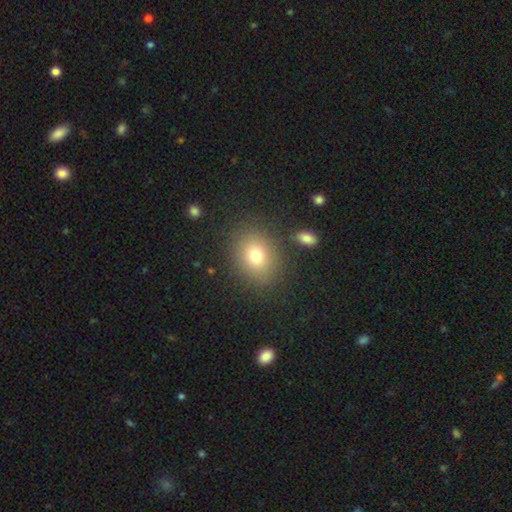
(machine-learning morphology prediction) A smooth galaxy with no disk features (77%) that is in between round and cigar-shaped (55%).

Vote fractions:
- Smooth or featured? smooth: 77% / star or artifact: 12% / featured or disk: 11%
- How rounded? in between: 55% / round: 44% / cigar-shaped: 1%
- Merging? none: 84% / minor disturbance: 9% / major disturbance: 4% / merger: 3%